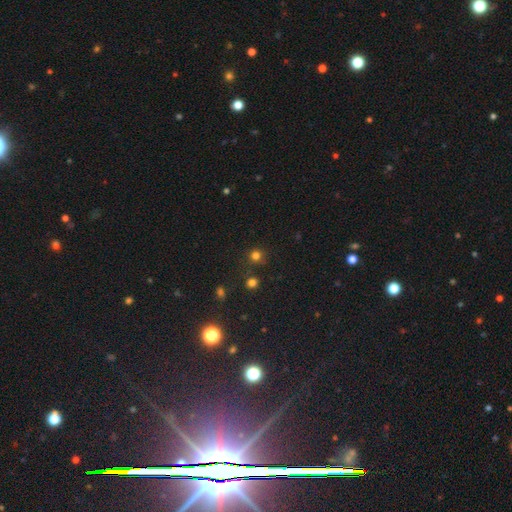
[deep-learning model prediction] A smooth galaxy with no disk features (74%) that is round (92%). Merging: none (82%).